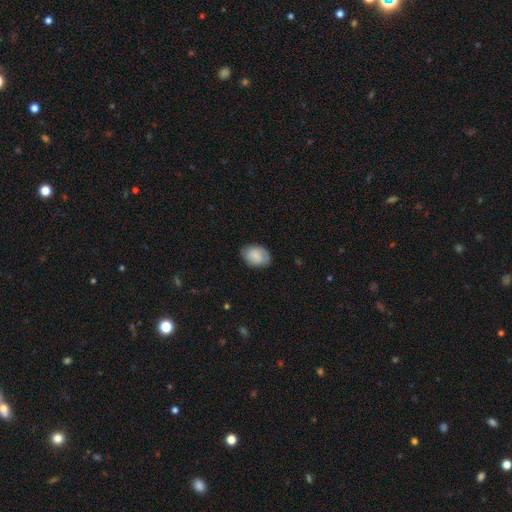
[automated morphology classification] smooth 79%, featured or disk 14%, star or artifact 7%. Down the decision tree: how rounded — in between (79%); merging — none (80%).